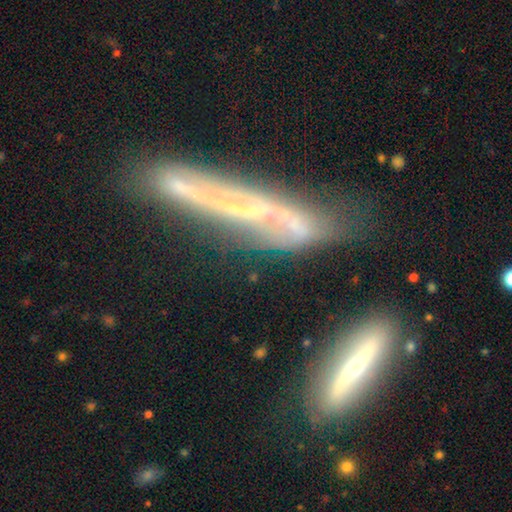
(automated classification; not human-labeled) Smooth or featured?
  - featured or disk: 74% *
  - smooth: 17%
  - star or artifact: 8%
Edge-on disk?
  - yes: 65% *
  - no: 35%
Merging?
  - none: 52% *
  - minor disturbance: 25%
  - major disturbance: 12%
  - merger: 11%